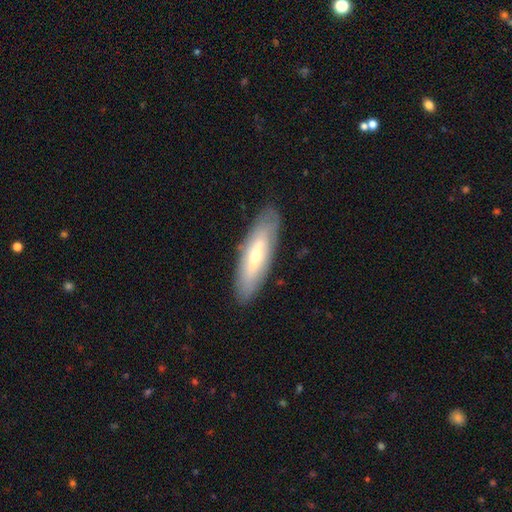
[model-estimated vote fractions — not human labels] A featured or disk galaxy (49%). Merging: none (84%).